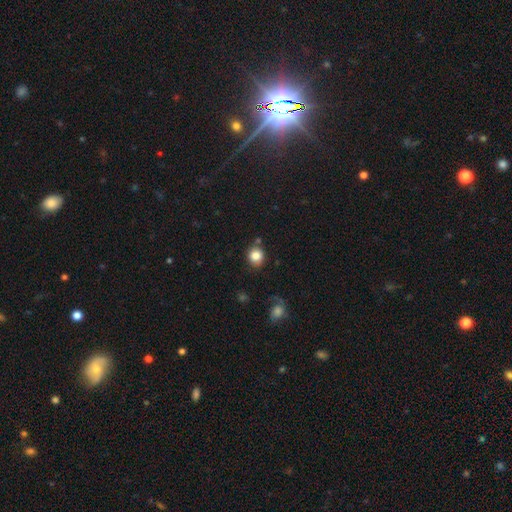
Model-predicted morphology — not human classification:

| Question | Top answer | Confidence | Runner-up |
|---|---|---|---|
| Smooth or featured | smooth | 84% | star or artifact (10%) |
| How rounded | round | 81% | in between (18%) |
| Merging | none | 78% | minor disturbance (12%) |